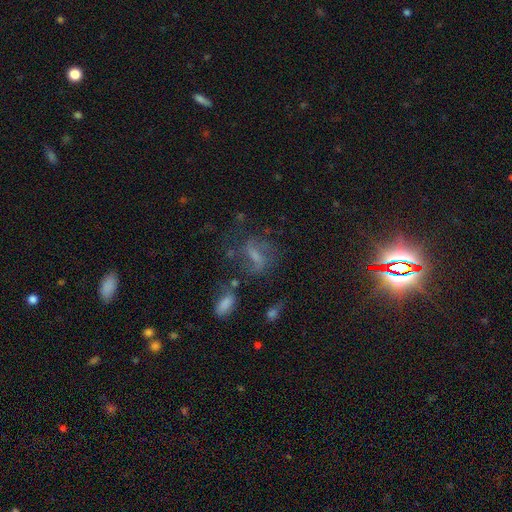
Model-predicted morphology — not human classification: A featured or disk galaxy (48%).

Vote fractions:
- Smooth or featured? featured or disk: 48% / smooth: 33% / star or artifact: 20%
- Merging? none: 52% / major disturbance: 21% / minor disturbance: 19% / merger: 7%